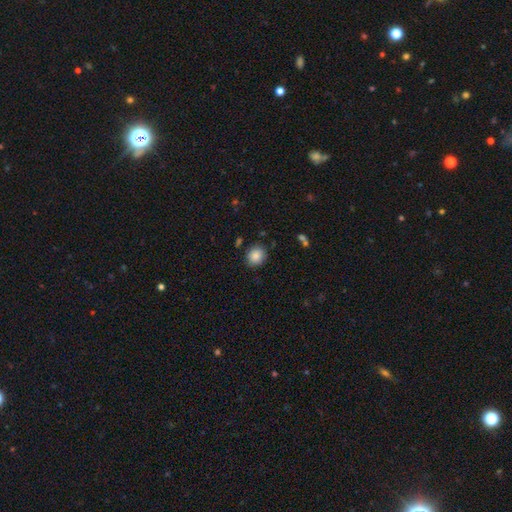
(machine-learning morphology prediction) type=smooth (87%); roundness=round (79%); merging=none (86%).